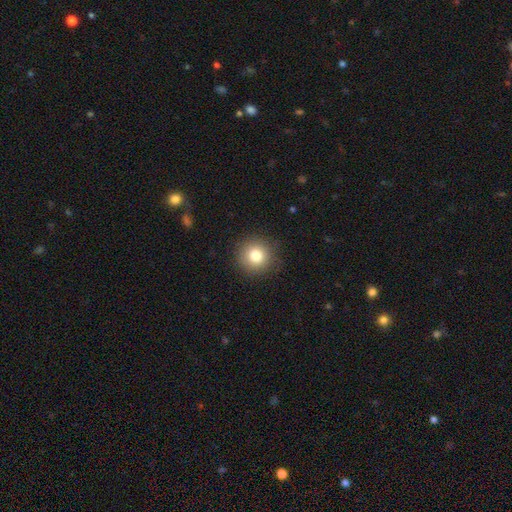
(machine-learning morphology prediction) smooth_or_featured: smooth (p=0.81) [alt: star or artifact p=0.11]
how_rounded: round (p=0.94) [alt: in between p=0.05]
merging: none (p=0.90) [alt: minor disturbance p=0.07]